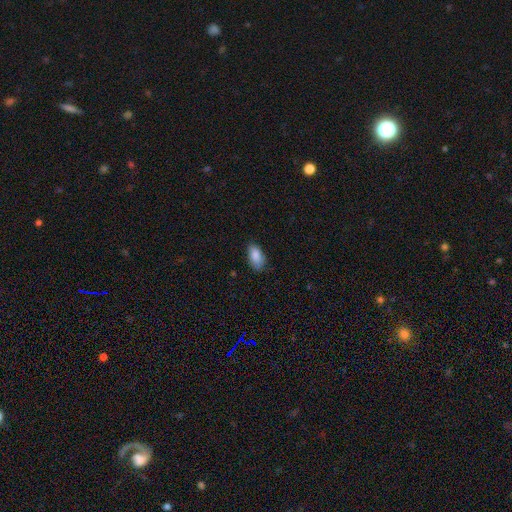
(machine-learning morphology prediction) smooth-or-featured: smooth: 86% | star or artifact: 7% | featured or disk: 7%
  how-rounded: in between: 93% | cigar-shaped: 4% | round: 4%
  merging: none: 74% | minor disturbance: 21% | major disturbance: 4% | merger: 1%